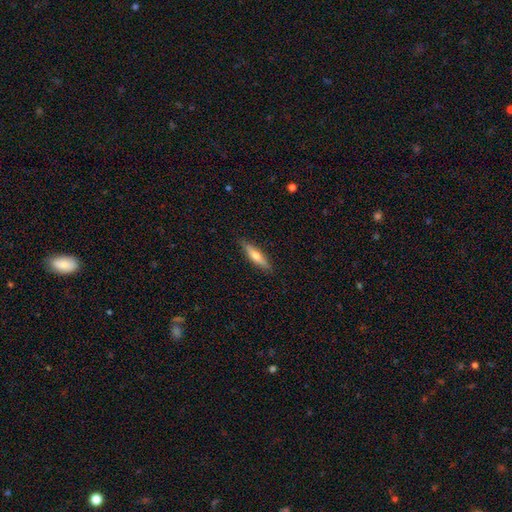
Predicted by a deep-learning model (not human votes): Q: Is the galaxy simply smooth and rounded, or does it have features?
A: smooth — 55%.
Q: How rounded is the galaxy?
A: cigar-shaped — 75%.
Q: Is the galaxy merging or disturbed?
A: none — 87%.